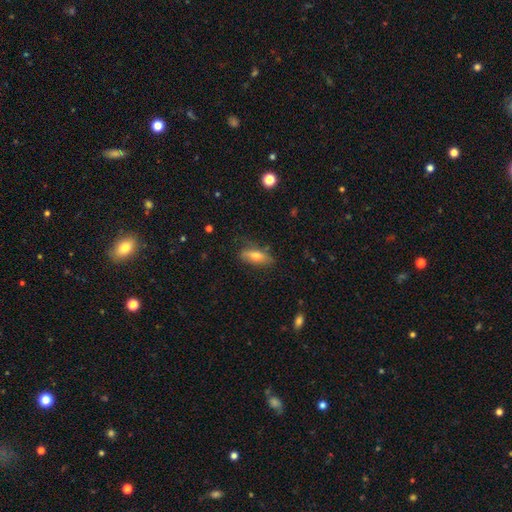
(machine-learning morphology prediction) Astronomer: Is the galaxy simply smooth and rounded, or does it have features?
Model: smooth — 62%.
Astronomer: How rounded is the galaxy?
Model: in between — 62%.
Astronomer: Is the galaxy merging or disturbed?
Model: none — 68%.